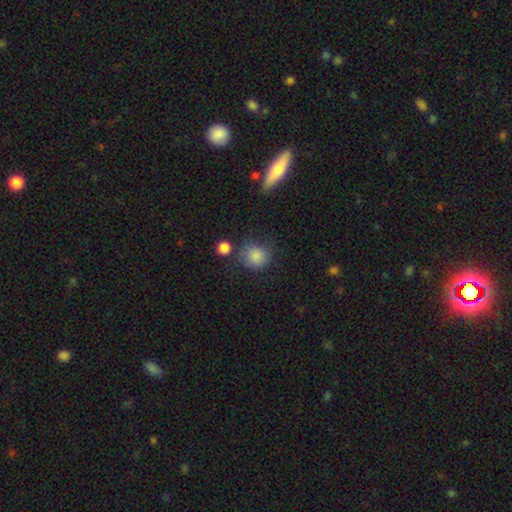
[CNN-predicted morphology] Smooth or featured? smooth (84%)
How rounded? round (79%)
Merging? none (72%)